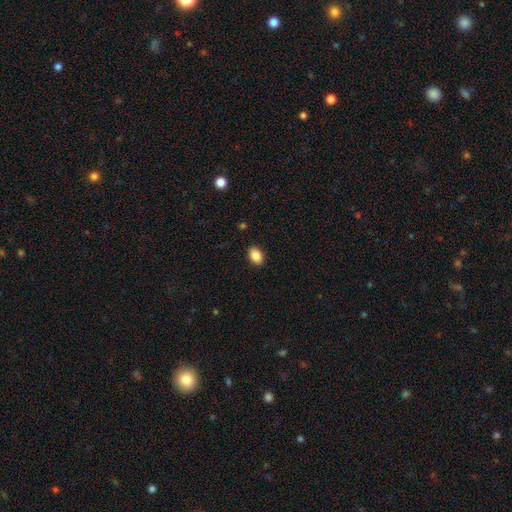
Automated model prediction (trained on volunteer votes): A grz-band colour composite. It shows a smooth galaxy with no disk features (87%) that is in between round and cigar-shaped (82%). Merging: none (89%).